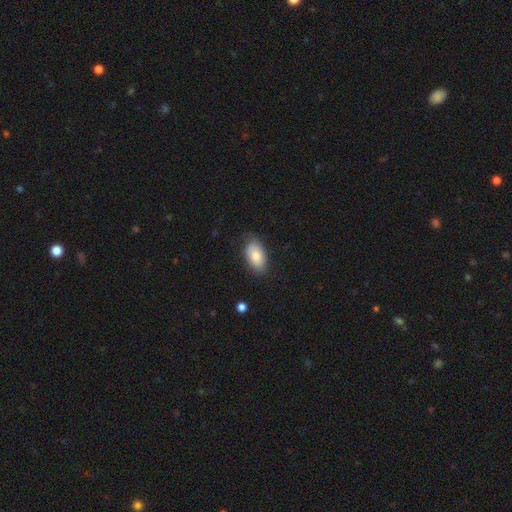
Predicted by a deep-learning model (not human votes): Smooth or featured?
  - smooth: 79% *
  - featured or disk: 14%
  - star or artifact: 7%
How rounded?
  - in between: 93% *
  - round: 5%
  - cigar-shaped: 2%
Merging?
  - none: 78% *
  - minor disturbance: 18%
  - major disturbance: 3%
  - merger: 1%